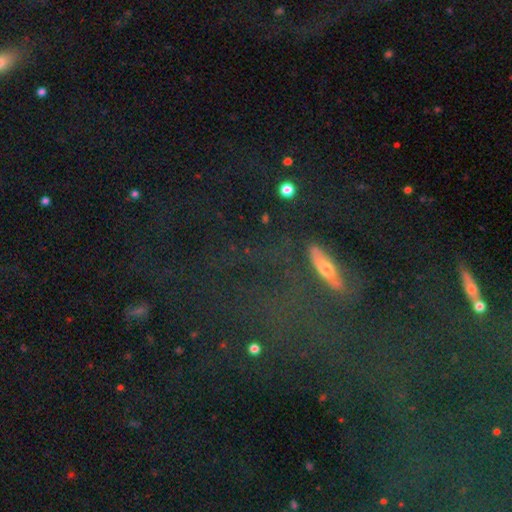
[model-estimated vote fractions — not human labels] This is possibly a star or artifact rather than a galaxy (45%).